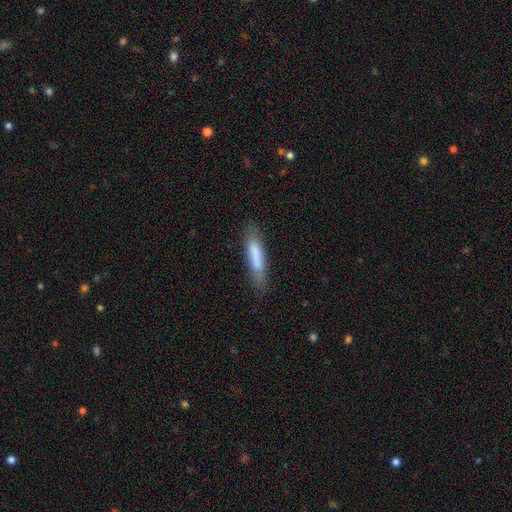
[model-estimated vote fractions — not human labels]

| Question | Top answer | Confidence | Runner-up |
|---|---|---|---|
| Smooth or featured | smooth | 77% | featured or disk (17%) |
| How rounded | cigar-shaped | 81% | in between (18%) |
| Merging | none | 76% | minor disturbance (18%) |